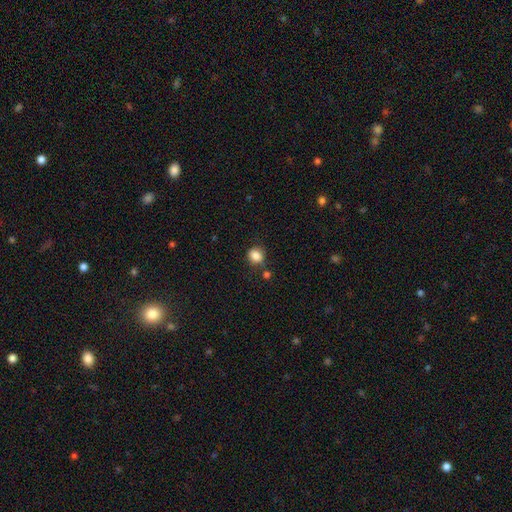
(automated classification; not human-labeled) smooth 85%, star or artifact 10%, featured or disk 5%. Down the decision tree: how rounded — round (68%); merging — none (73%).